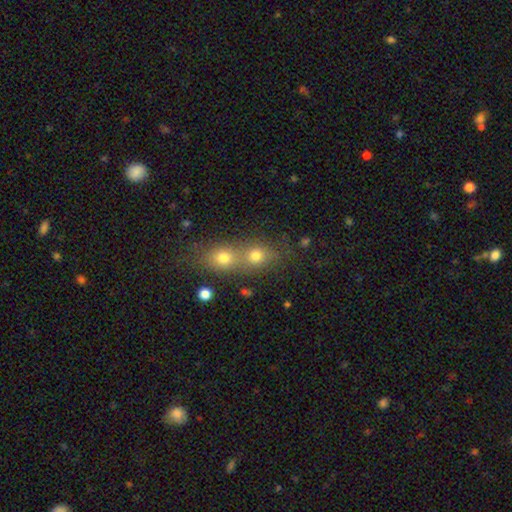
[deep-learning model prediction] Overall: smooth (73%). How rounded: round (66%; in between 32%). Merging: merger (55%; none 35%).